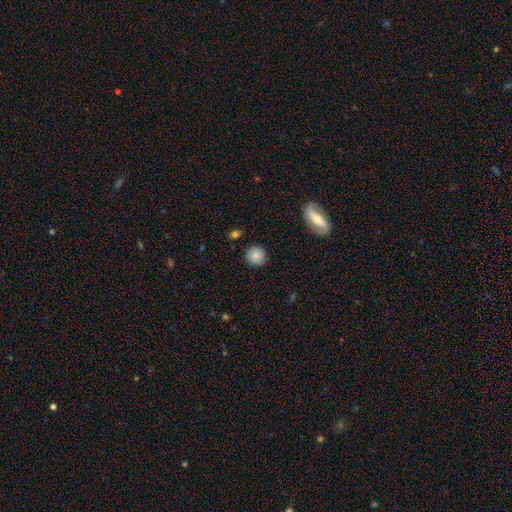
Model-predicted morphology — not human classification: A smooth galaxy with no disk features (84%) that is round (89%).

Vote fractions:
- Smooth or featured? smooth: 84% / star or artifact: 9% / featured or disk: 6%
- How rounded? round: 89% / in between: 10% / cigar-shaped: 1%
- Merging? none: 87% / minor disturbance: 9% / major disturbance: 2% / merger: 2%